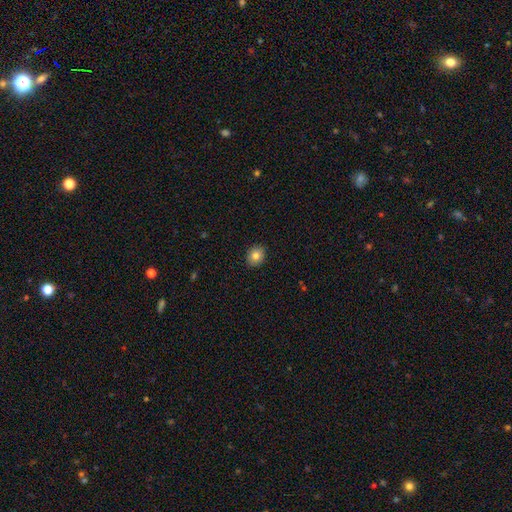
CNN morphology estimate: Smooth or featured: smooth — 82% (star or artifact — 9%)
How rounded: round — 56% (in between — 43%)
Merging: none — 91% (minor disturbance — 7%)